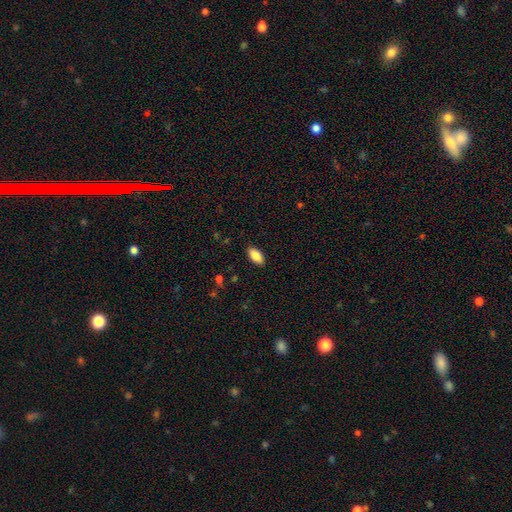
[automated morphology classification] Overall: smooth (86%). How rounded: in between (92%). Merging: none (88%).